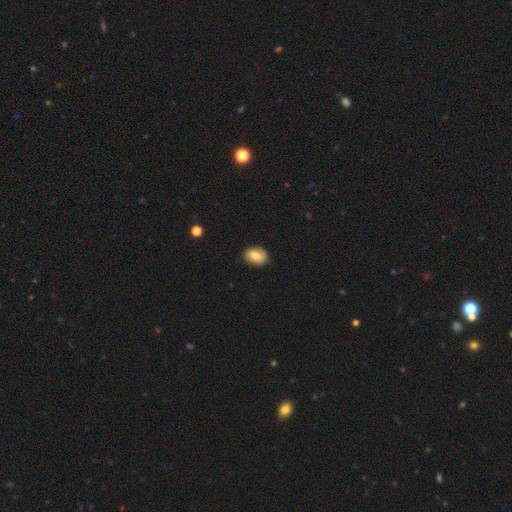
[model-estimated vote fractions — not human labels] Morphology: type=smooth (77%); roundness=in between (68%); merging=none (84%).